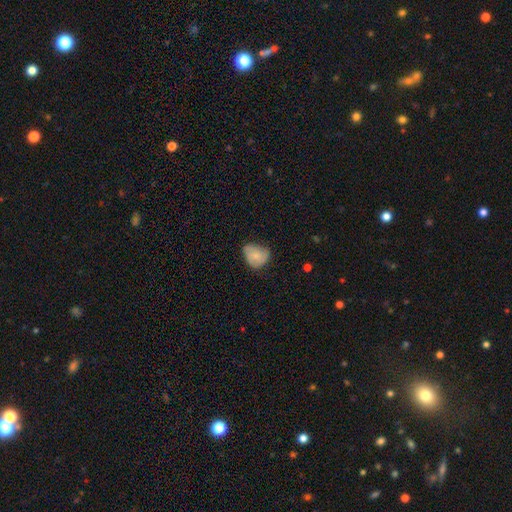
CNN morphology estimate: Overall: smooth (71%). How rounded: round (50%; in between 49%). Merging: minor disturbance (42%, tied with none).